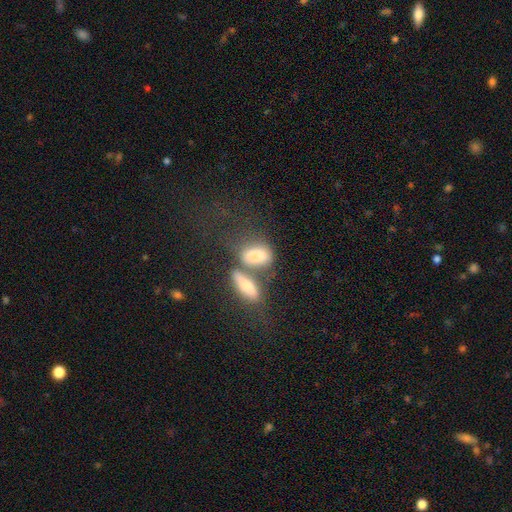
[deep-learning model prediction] Morphology: type=smooth (67%); roundness=in between (74%); merging=merger (60%).